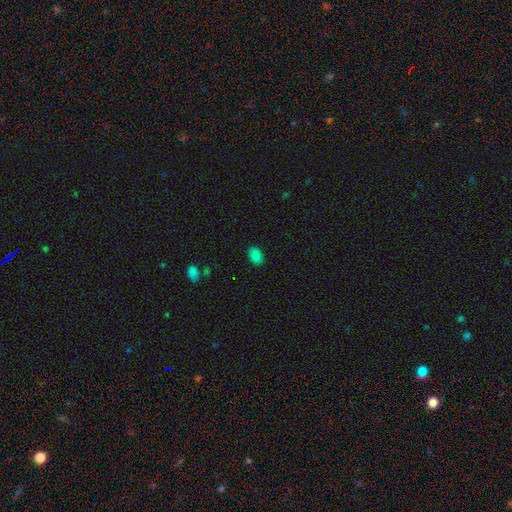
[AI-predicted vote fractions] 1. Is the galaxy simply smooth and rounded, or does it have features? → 83% smooth, 11% star or artifact, 6% featured or disk.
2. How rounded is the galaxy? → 82% in between, 17% round, 1% cigar-shaped.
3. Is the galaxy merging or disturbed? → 86% none, 10% minor disturbance, 2% major disturbance, 1% merger.